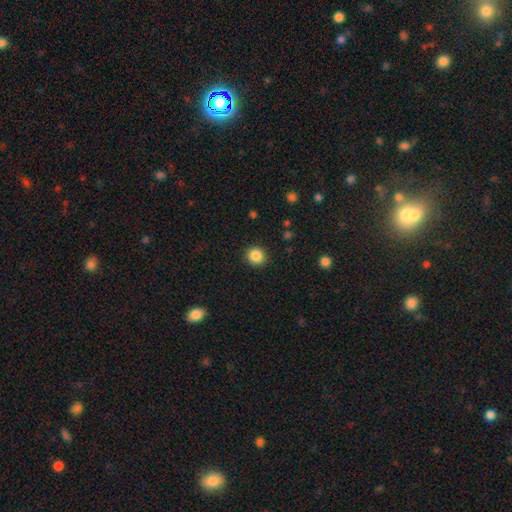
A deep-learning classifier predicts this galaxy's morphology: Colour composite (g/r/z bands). It shows a smooth galaxy with no disk features (86%) that is round (92%). Merging: none (91%).